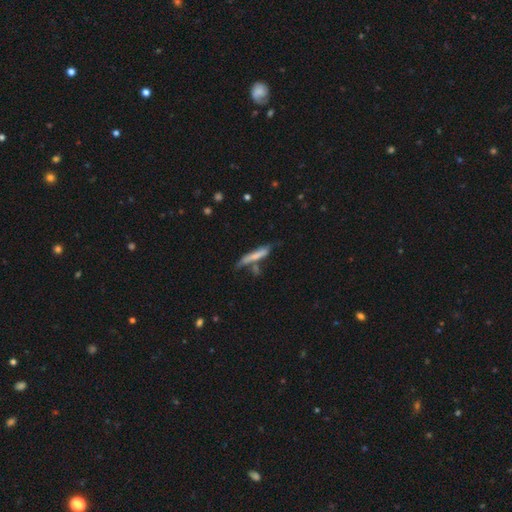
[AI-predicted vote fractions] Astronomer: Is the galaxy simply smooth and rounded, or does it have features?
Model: smooth — 64%.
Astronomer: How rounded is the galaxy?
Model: cigar-shaped — 89%.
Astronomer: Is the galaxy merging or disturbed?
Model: none — 53%.